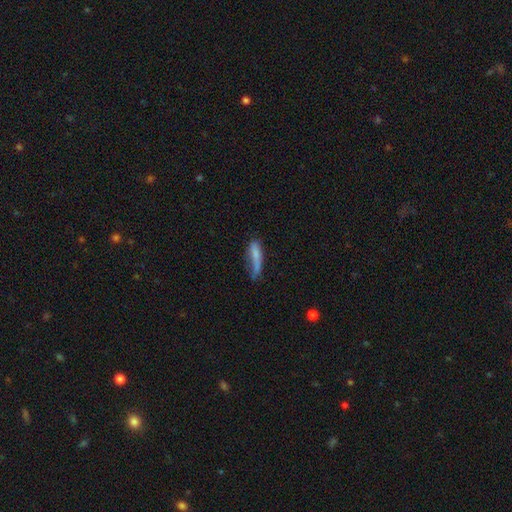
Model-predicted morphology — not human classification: Smooth or featured? Predicted: smooth (p=0.72). How rounded? Predicted: cigar-shaped (p=0.73). Merging? Predicted: none (p=0.41).